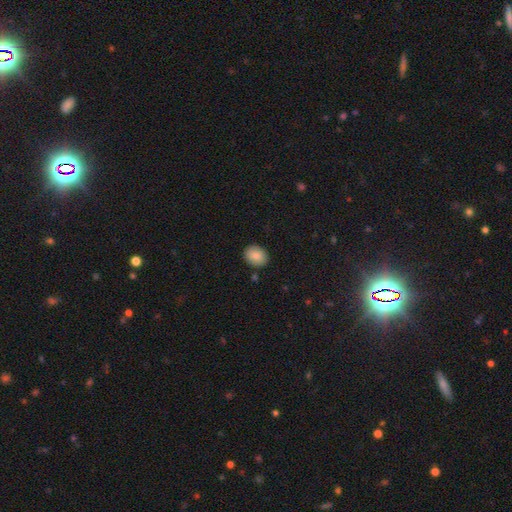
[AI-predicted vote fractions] Smooth or featured? Predicted: smooth (p=0.87). How rounded? Predicted: in between (p=0.54). Merging? Predicted: none (p=0.87).